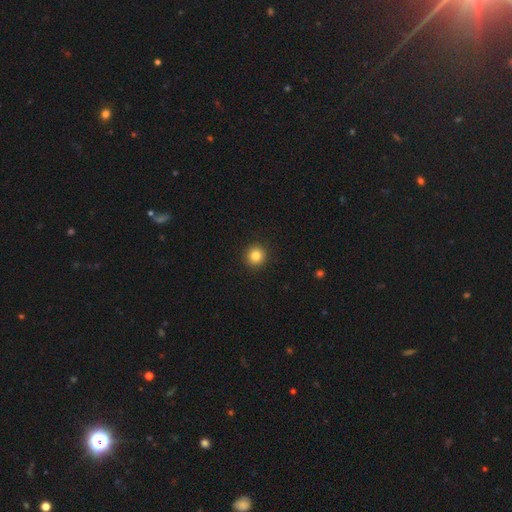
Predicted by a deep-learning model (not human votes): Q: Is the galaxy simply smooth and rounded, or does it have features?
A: smooth — 83%.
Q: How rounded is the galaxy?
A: round — 95%.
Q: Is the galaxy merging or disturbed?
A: none — 93%.